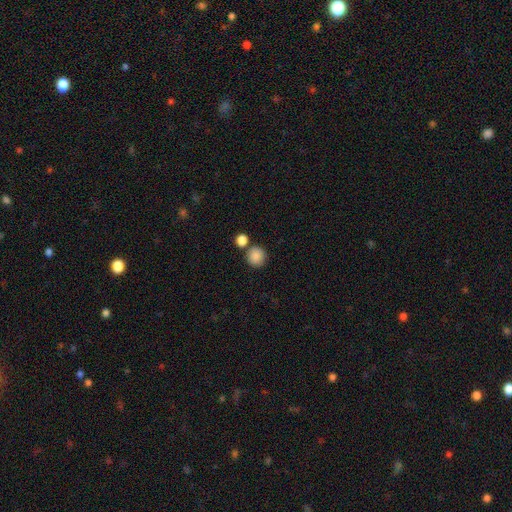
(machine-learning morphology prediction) A smooth galaxy with no disk features (86%) that is round (92%).

Vote fractions:
- Smooth or featured? smooth: 86% / star or artifact: 9% / featured or disk: 4%
- How rounded? round: 92% / in between: 7% / cigar-shaped: 1%
- Merging? none: 74% / merger: 15% / minor disturbance: 8% / major disturbance: 3%